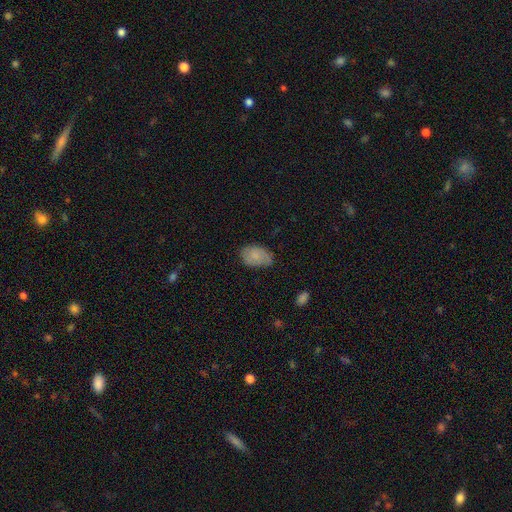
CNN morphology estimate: This is likely a smooth galaxy (79%). How rounded: clearly in between (88%). Merging: likely none (61%).